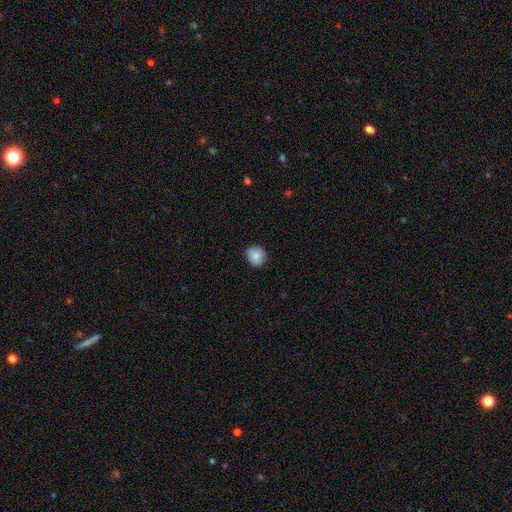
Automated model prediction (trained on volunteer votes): Overall: smooth (82%). How rounded: round (81%). Merging: none (82%).